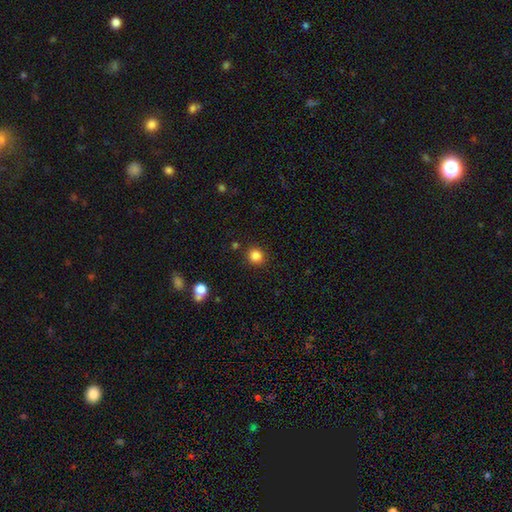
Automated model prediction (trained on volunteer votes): Overall: smooth (84%). How rounded: round (91%). Merging: none (89%).